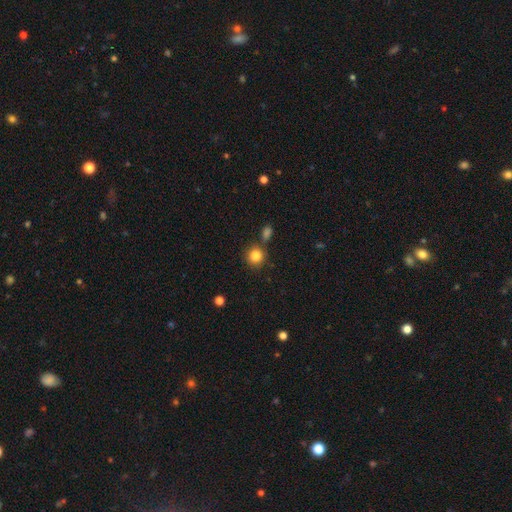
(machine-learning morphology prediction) A smooth galaxy with no disk features (85%) that is round (88%). Merging: none (74%).